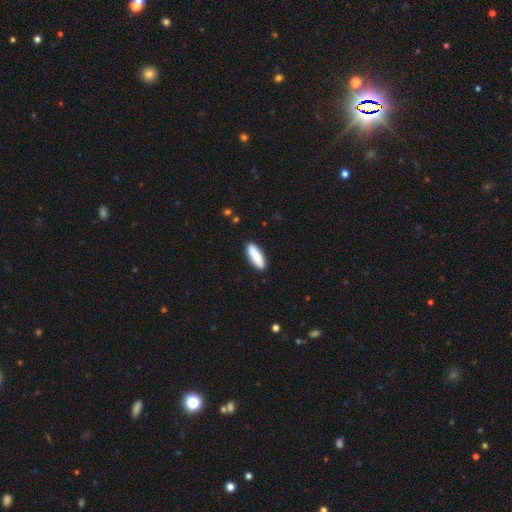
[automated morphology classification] smooth 85%, featured or disk 9%, star or artifact 5%. Down the decision tree: how rounded — in between (55%); merging — none (89%).